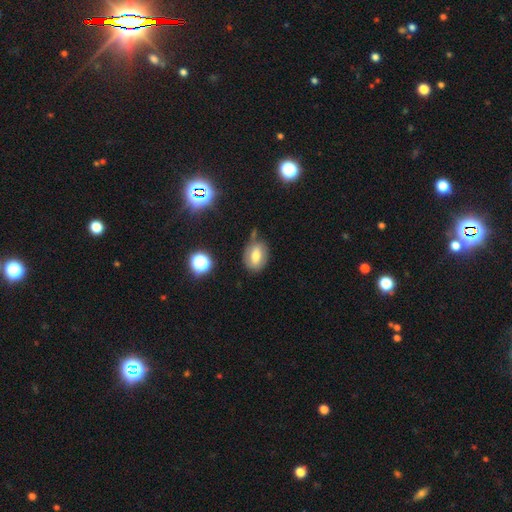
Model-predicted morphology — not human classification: Smooth or featured?
  - smooth: 64% *
  - featured or disk: 23%
  - star or artifact: 13%
How rounded?
  - in between: 73% *
  - round: 25%
  - cigar-shaped: 2%
Merging?
  - none: 66% *
  - minor disturbance: 22%
  - merger: 6%
  - major disturbance: 6%